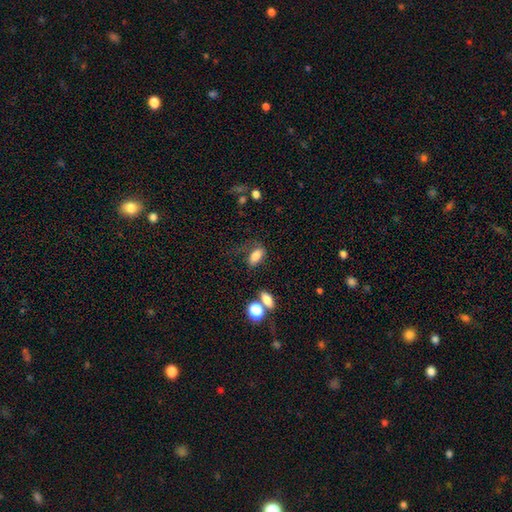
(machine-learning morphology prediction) This is clearly a smooth galaxy (81%). How rounded: clearly in between (87%). Merging: possibly none (57%).